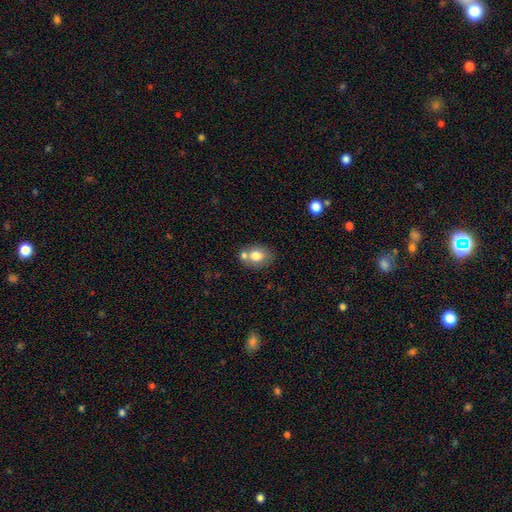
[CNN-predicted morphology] Smooth or featured: smooth — 74% (featured or disk — 17%)
How rounded: in between — 63% (round — 36%)
Merging: none — 53% (merger — 29%)